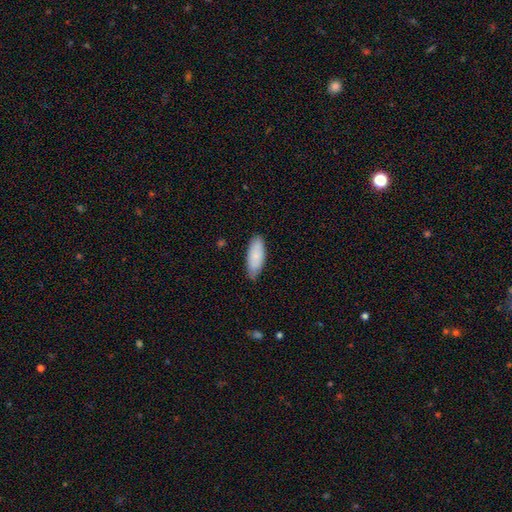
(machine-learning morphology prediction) Smooth or featured: smooth — 81% (featured or disk — 13%)
How rounded: in between — 79% (cigar-shaped — 19%)
Merging: none — 78% (minor disturbance — 19%)